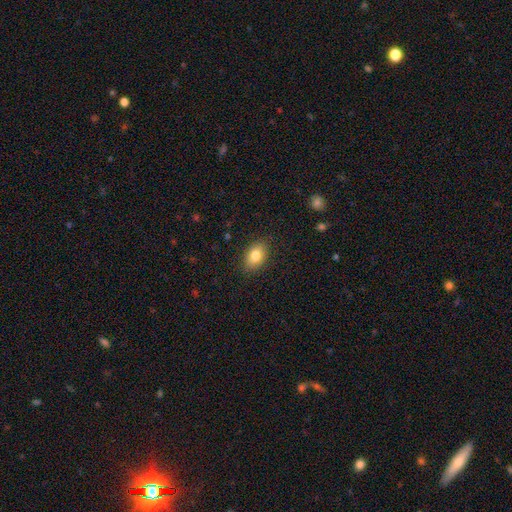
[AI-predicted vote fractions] Smooth or featured? Predicted: smooth (p=0.80). How rounded? Predicted: in between (p=0.86). Merging? Predicted: none (p=0.87).